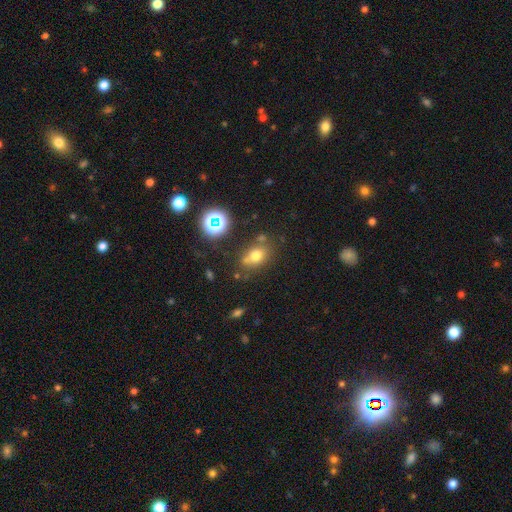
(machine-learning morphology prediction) This is likely a smooth galaxy (67%). How rounded: likely in between (61%). Merging: likely none (62%).